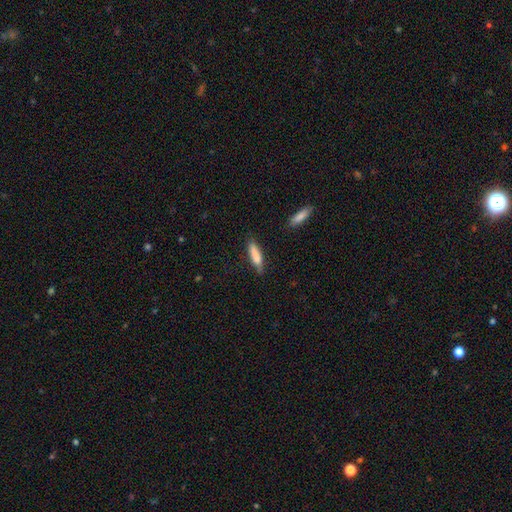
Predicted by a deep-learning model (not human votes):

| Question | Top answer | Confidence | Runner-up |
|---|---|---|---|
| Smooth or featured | smooth | 81% | featured or disk (13%) |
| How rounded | cigar-shaped | 72% | in between (27%) |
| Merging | none | 71% | minor disturbance (22%) |